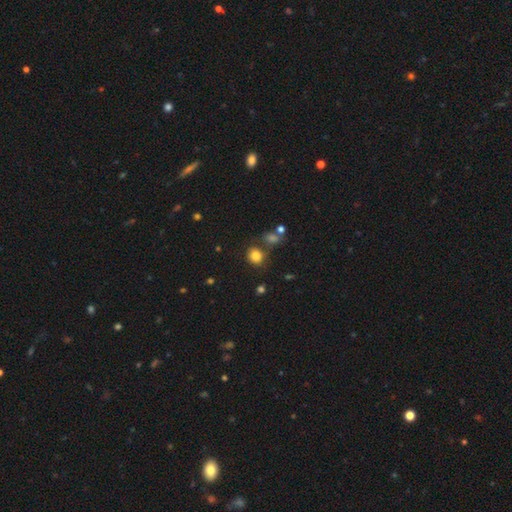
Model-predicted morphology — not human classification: Smooth or featured: smooth — 81% (star or artifact — 12%)
How rounded: round — 75% (in between — 24%)
Merging: none — 74% (minor disturbance — 12%)